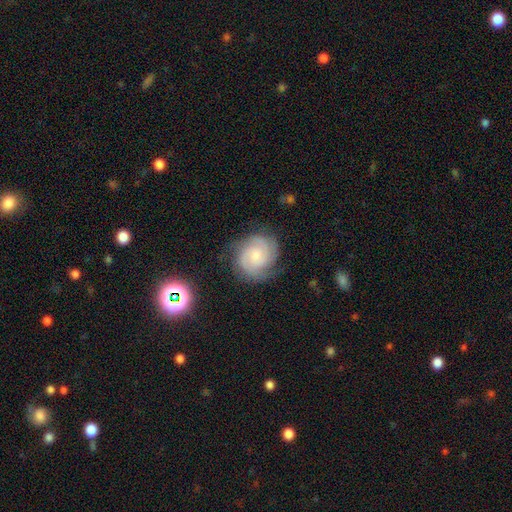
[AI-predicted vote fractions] Morphology: type=featured or disk (75%); edge-on=no (98%); bar=no (68%); spiral arms=yes (96%); winding=tight (58%); arm count=2 (42%); bulge=small (61%); merging=none (77%).